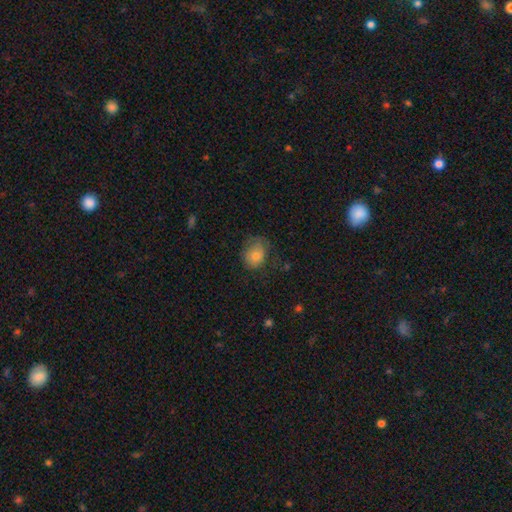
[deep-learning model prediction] Q: Smooth or featured?
A: smooth (74%); runner-up: featured or disk (16%)
Q: How rounded?
A: round (55%); runner-up: in between (45%)
Q: Merging?
A: none (57%); runner-up: minor disturbance (27%)